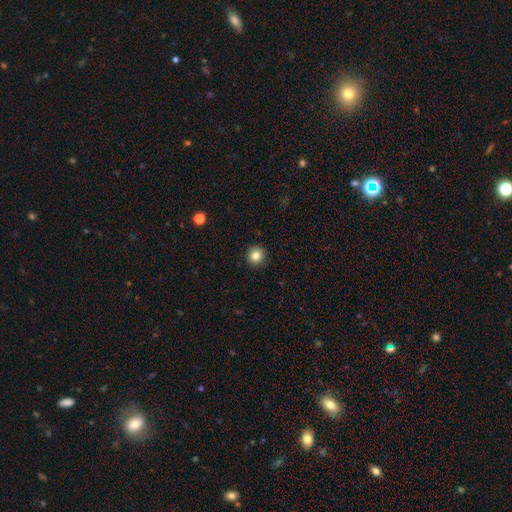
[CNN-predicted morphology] A smooth galaxy with no disk features (83%) that is round (95%). Merging: none (93%).